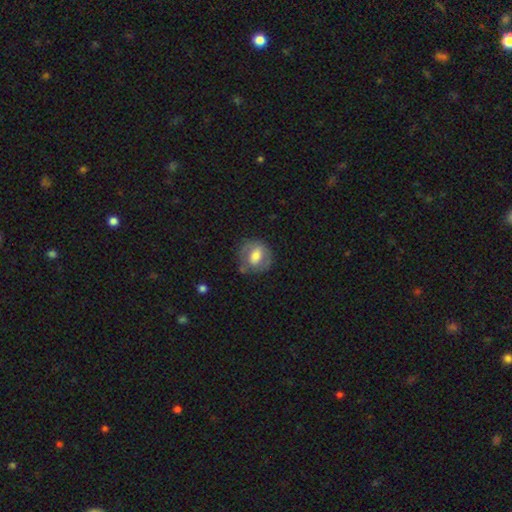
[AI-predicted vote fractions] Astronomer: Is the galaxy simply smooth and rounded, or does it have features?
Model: smooth — 54% (runner-up: featured or disk, 39%).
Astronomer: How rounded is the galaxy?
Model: round — 67%.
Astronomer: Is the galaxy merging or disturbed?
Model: none — 65%.